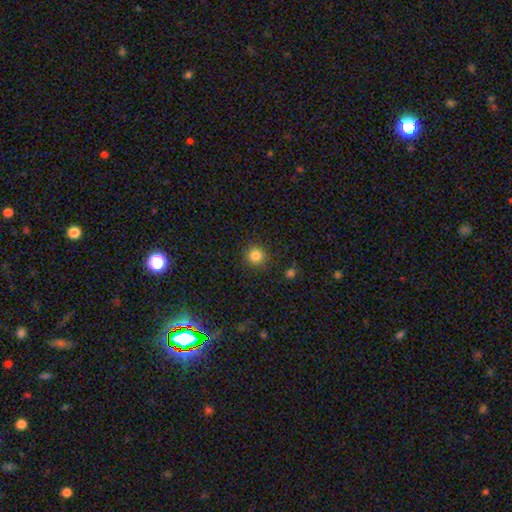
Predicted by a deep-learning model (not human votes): A smooth galaxy with no disk features (84%) that is round (93%).

Vote fractions:
- Smooth or featured? smooth: 84% / star or artifact: 11% / featured or disk: 5%
- How rounded? round: 93% / in between: 6% / cigar-shaped: 1%
- Merging? none: 90% / minor disturbance: 6% / major disturbance: 2% / merger: 1%